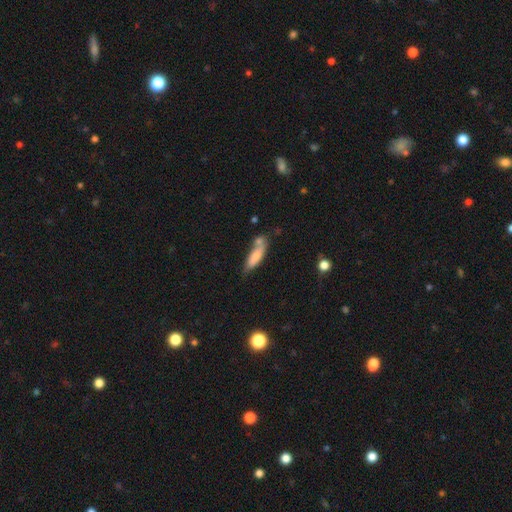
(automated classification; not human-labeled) The model was most divided on "how rounded": cigar-shaped: 58%, in between: 40%, round: 2%. Remaining: smooth or featured — smooth (74%); merging — none (47%).